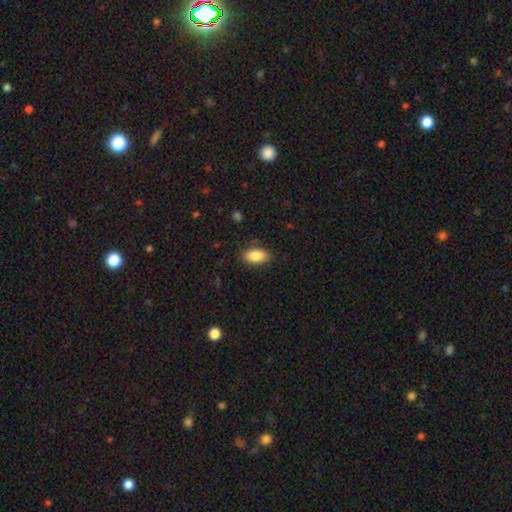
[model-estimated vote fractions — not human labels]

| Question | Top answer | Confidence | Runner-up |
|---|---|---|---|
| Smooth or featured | smooth | 86% | star or artifact (7%) |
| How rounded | in between | 92% | round (5%) |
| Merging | none | 83% | minor disturbance (12%) |